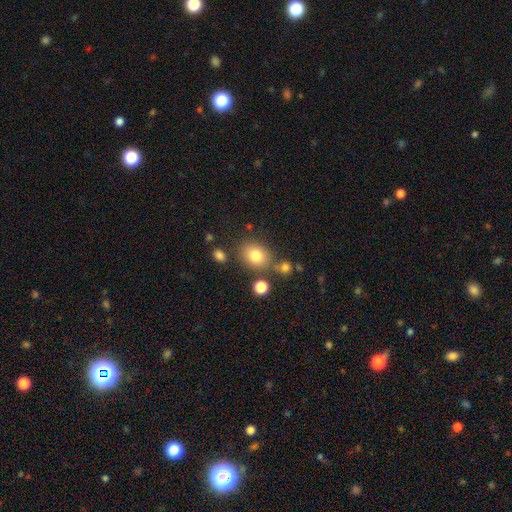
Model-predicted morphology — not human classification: smooth 80%, star or artifact 11%, featured or disk 8%. Down the decision tree: how rounded — round (53%); merging — none (73%).